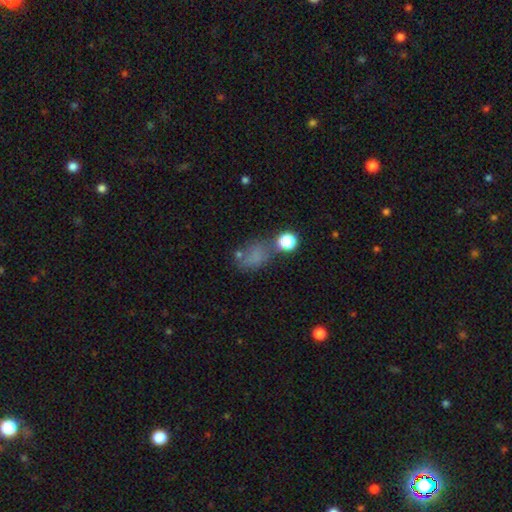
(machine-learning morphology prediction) smooth_or_featured: smooth (p=0.64) [alt: star or artifact p=0.22]
how_rounded: in between (p=0.70) [alt: round p=0.27]
merging: none (p=0.50) [alt: minor disturbance p=0.21]